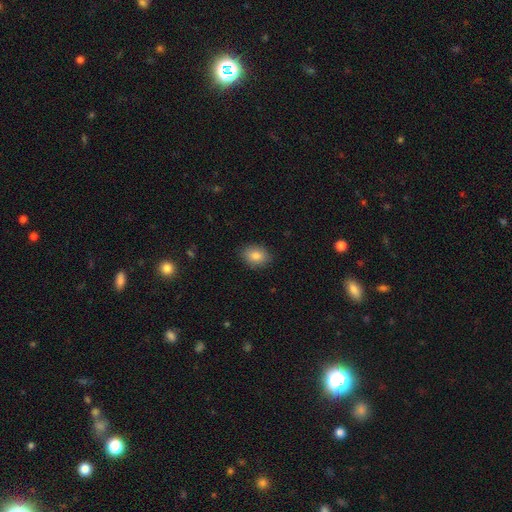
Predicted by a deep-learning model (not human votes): A smooth galaxy with no disk features (85%) that is in between round and cigar-shaped (58%). Merging: none (88%).